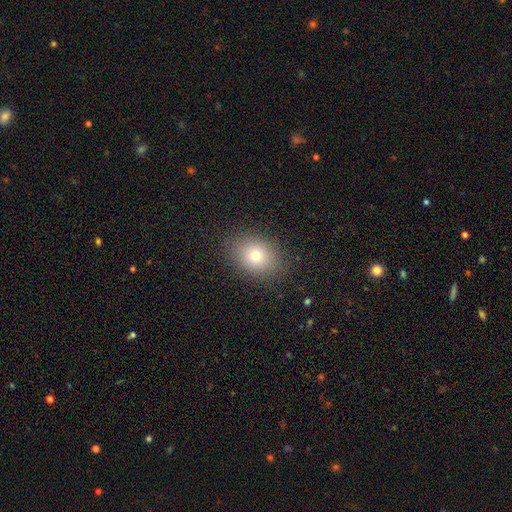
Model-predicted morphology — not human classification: smooth-or-featured: smooth: 75% | star or artifact: 13% | featured or disk: 12%
  how-rounded: in between: 52% | round: 47% | cigar-shaped: 1%
  merging: none: 86% | minor disturbance: 9% | major disturbance: 4% | merger: 1%